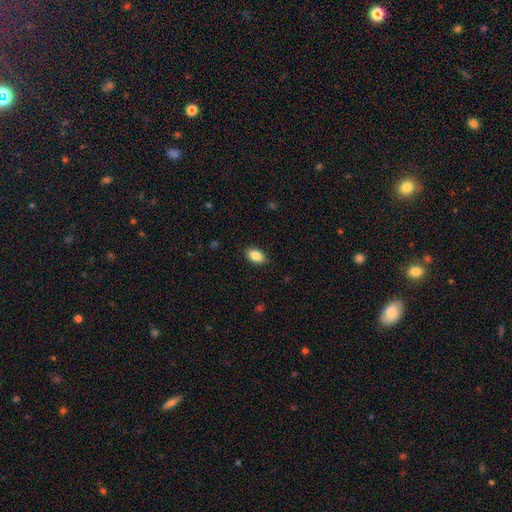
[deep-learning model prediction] Morphology: type=smooth (86%); roundness=in between (91%); merging=none (86%).